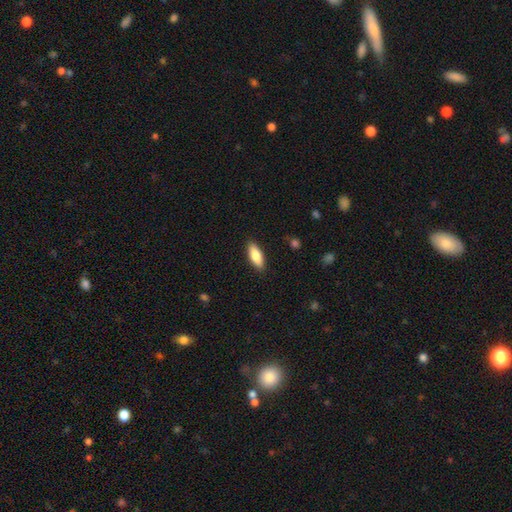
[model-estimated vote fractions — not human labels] Morphology: type=smooth (81%); roundness=in between (71%); merging=none (88%).